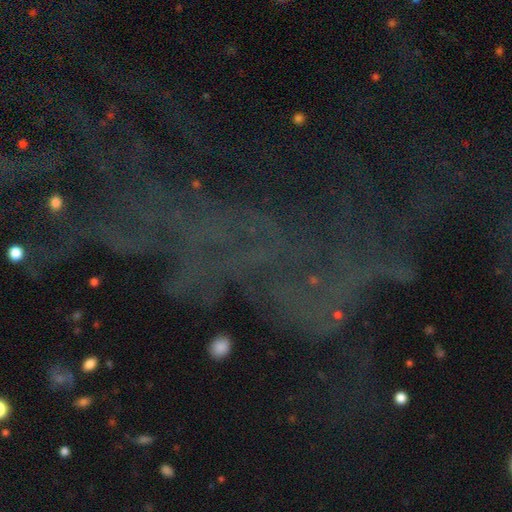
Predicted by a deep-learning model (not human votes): smooth-or-featured: star or artifact: 65% | featured or disk: 22% | smooth: 14%